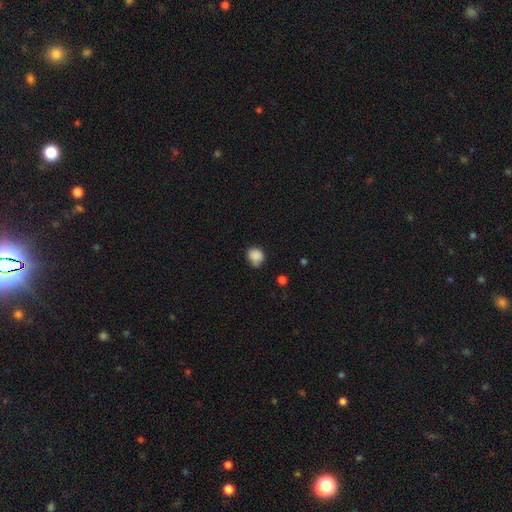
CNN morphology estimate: smooth-or-featured: smooth: 87% | star or artifact: 9% | featured or disk: 4%
  how-rounded: round: 76% | in between: 23% | cigar-shaped: 1%
  merging: none: 67% | minor disturbance: 26% | major disturbance: 5% | merger: 3%